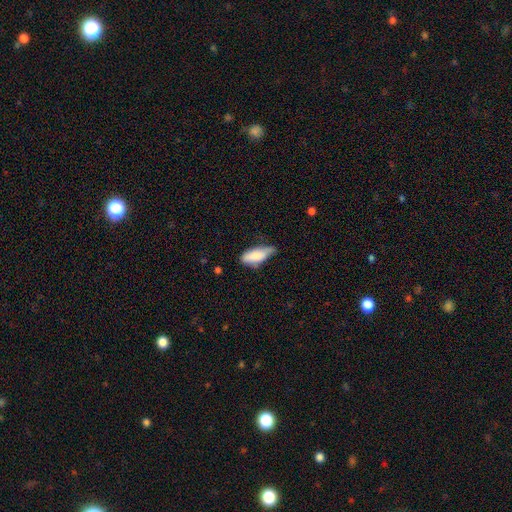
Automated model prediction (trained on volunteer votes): A smooth galaxy with no disk features (77%) that is in between round and cigar-shaped (77%).

Vote fractions:
- Smooth or featured? smooth: 77% / featured or disk: 17% / star or artifact: 6%
- How rounded? in between: 77% / cigar-shaped: 20% / round: 2%
- Merging? minor disturbance: 44% / none: 41% / major disturbance: 11% / merger: 3%